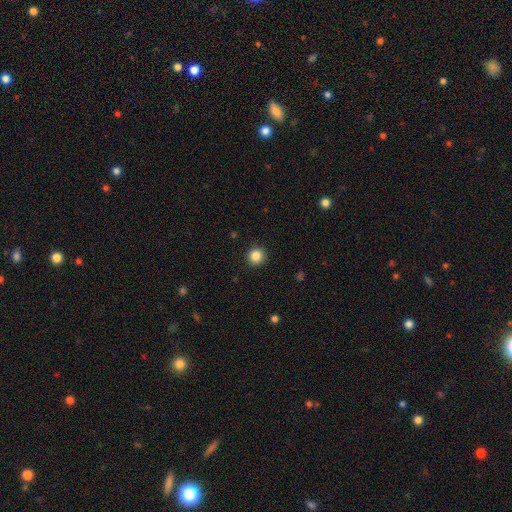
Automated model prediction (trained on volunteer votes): smooth-or-featured: smooth: 86% | star or artifact: 10% | featured or disk: 4%
  how-rounded: round: 93% | in between: 6% | cigar-shaped: 1%
  merging: none: 92% | minor disturbance: 6% | major disturbance: 2% | merger: 1%